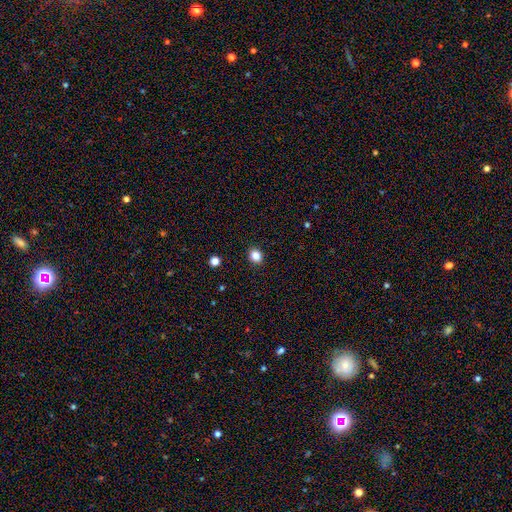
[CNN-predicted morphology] This is clearly a smooth galaxy (84%). How rounded: likely round (69%). Merging: clearly none (92%).